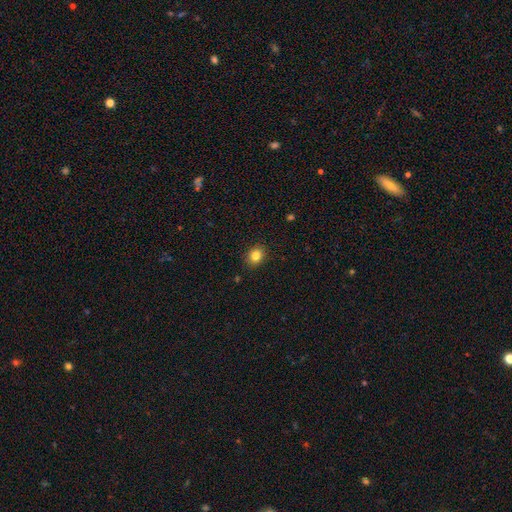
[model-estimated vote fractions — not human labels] Morphology: type=smooth (83%); roundness=round (54%); merging=none (89%).